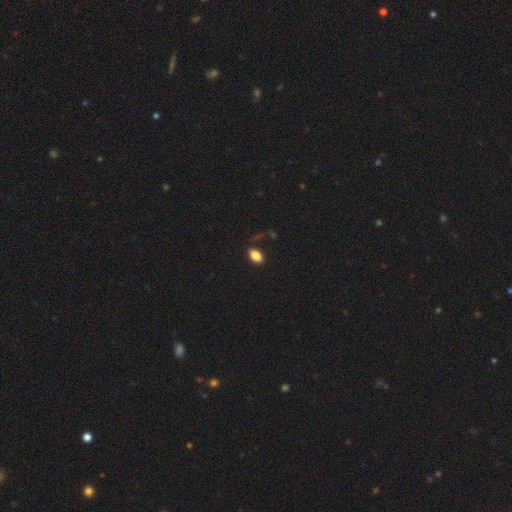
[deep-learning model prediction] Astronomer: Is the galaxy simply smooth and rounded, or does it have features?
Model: smooth — 85%.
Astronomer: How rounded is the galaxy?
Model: in between — 90%.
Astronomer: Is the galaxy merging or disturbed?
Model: none — 80%.